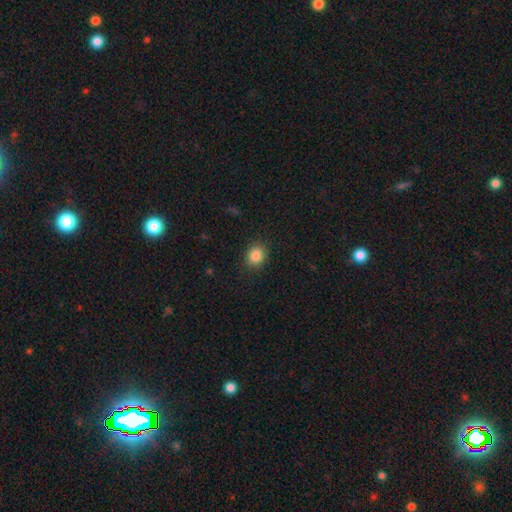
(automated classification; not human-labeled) Smooth or featured? smooth (85%)
How rounded? round (67%)
Merging? none (88%)